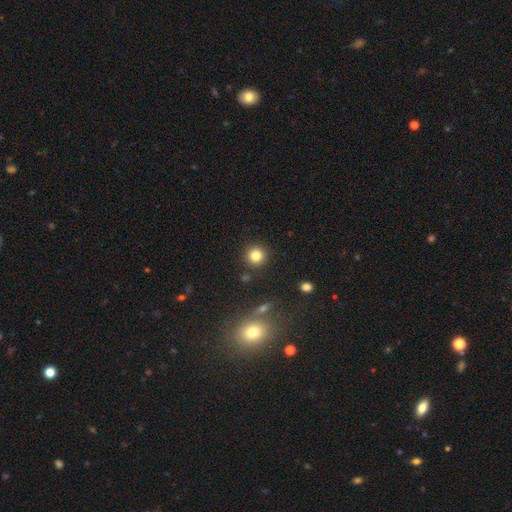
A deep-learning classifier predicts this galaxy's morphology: A smooth galaxy with no disk features (81%) that is round (94%).

Vote fractions:
- Smooth or featured? smooth: 81% / star or artifact: 13% / featured or disk: 6%
- How rounded? round: 94% / in between: 5% / cigar-shaped: 1%
- Merging? none: 90% / minor disturbance: 5% / merger: 2% / major disturbance: 2%